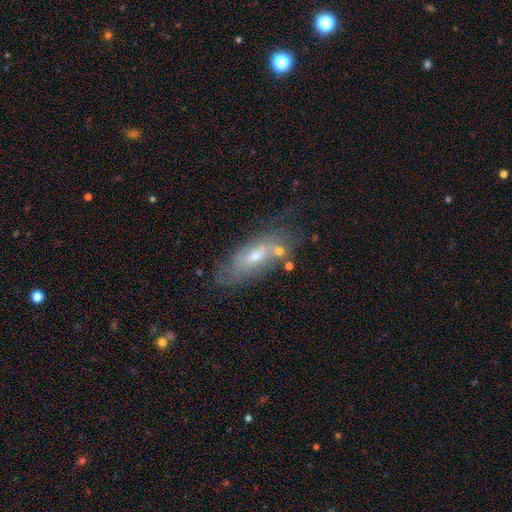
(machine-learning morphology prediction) Smooth or featured? Predicted: featured or disk (p=0.62). Edge-on disk? Predicted: no (p=0.76). Merging? Predicted: none (p=0.62).